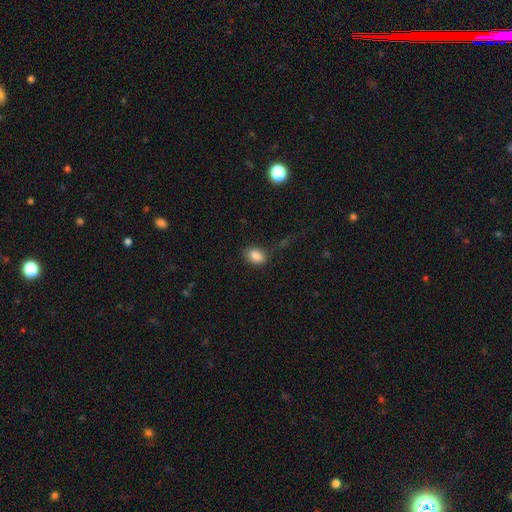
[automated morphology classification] Smooth or featured?
  - smooth: 86% *
  - star or artifact: 9%
  - featured or disk: 5%
How rounded?
  - in between: 81% *
  - round: 17%
  - cigar-shaped: 2%
Merging?
  - none: 76% *
  - minor disturbance: 16%
  - major disturbance: 6%
  - merger: 3%